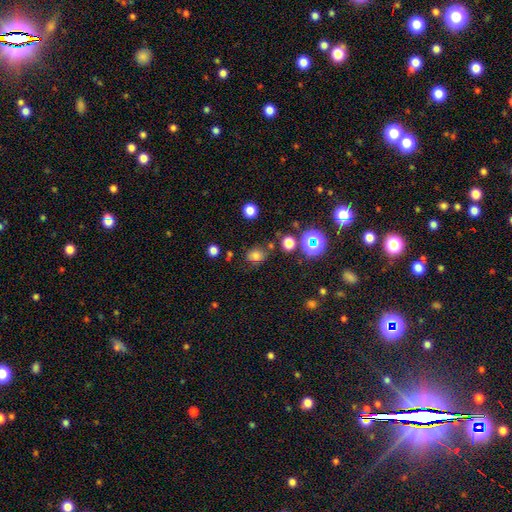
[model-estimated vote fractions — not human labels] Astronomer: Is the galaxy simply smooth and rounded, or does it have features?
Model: smooth — 70%.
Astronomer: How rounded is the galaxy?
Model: in between — 50% (runner-up: round, 48%).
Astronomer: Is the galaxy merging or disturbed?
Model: none — 72%.